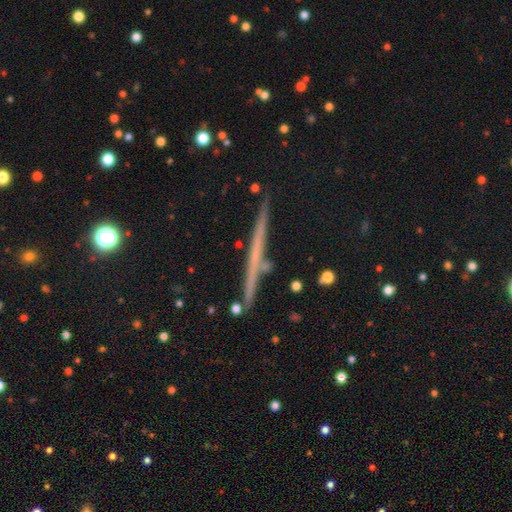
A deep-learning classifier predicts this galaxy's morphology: Smooth or featured?
  - featured or disk: 61% *
  - smooth: 29%
  - star or artifact: 9%
Edge-on disk?
  - yes: 97% *
  - no: 3%
Edge-on bulge?
  - none: 88% *
  - rounded: 8%
  - boxy: 4%
Merging?
  - none: 88% *
  - minor disturbance: 8%
  - merger: 2%
  - major disturbance: 2%